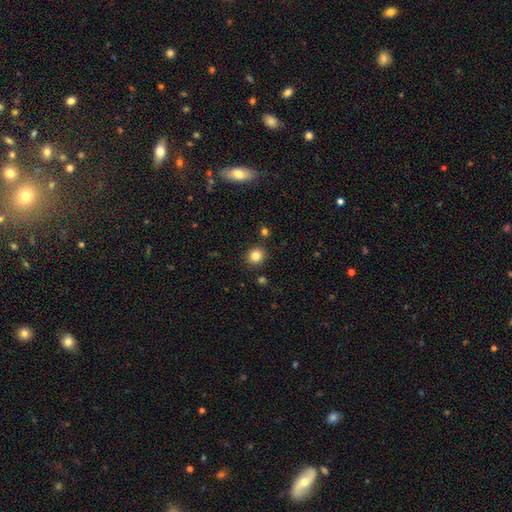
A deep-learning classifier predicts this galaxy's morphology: smooth_or_featured: smooth (p=0.83) [alt: star or artifact p=0.12]
how_rounded: round (p=0.86) [alt: in between p=0.13]
merging: none (p=0.87) [alt: minor disturbance p=0.07]